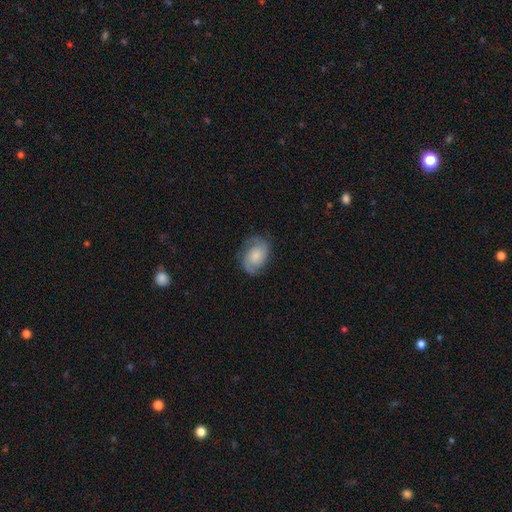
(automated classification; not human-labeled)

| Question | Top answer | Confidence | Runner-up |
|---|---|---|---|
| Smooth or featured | featured or disk | 59% | smooth (33%) |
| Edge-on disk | no | 97% | yes (3%) |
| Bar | no | 72% | weak (24%) |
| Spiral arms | yes | 91% | no (9%) |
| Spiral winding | medium | 44% | tight (38%) |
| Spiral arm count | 2 | 77% | can't tell (11%) |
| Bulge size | moderate | 33% | small (28%) |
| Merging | none | 73% | minor disturbance (19%) |